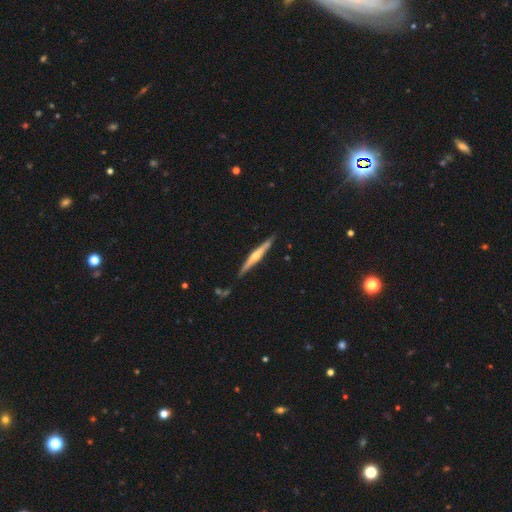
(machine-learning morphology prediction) Overall: featured or disk (72%). Edge-on disk: yes (97%). Edge-on bulge: rounded (88%). Merging: none (86%).